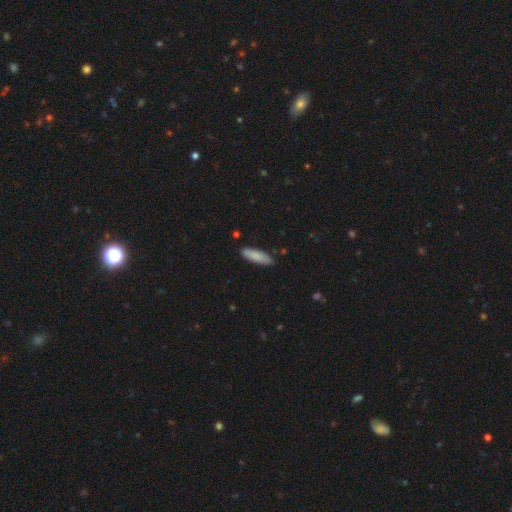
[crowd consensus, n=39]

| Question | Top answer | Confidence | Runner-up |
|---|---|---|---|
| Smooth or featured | smooth | 90% | featured or disk (10%) |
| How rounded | cigar-shaped | 60% | in between (40%) |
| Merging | none | 92% | minor disturbance (8%) |